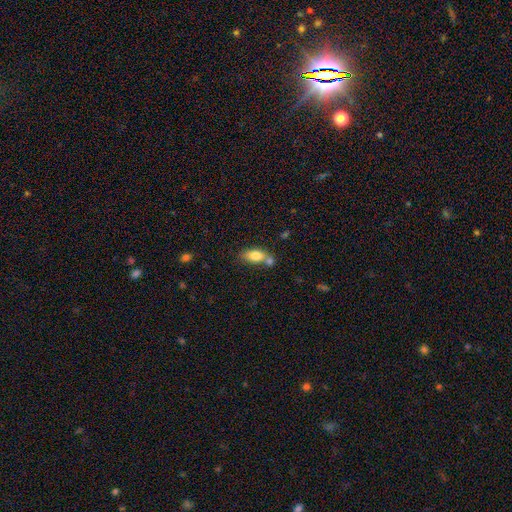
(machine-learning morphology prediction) This is likely a smooth galaxy (78%). How rounded: clearly in between (84%). Merging: marginally none (44%).